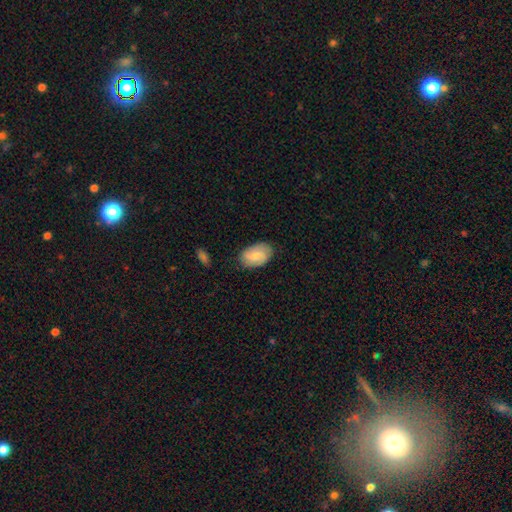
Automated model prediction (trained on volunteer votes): Overall: smooth (61%; featured or disk 33%). How rounded: in between (89%). Merging: none (79%).